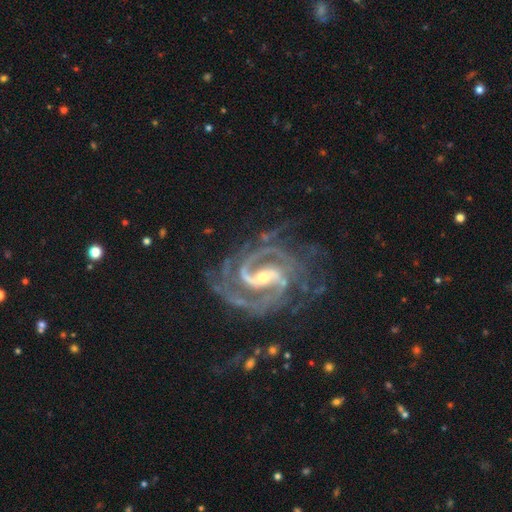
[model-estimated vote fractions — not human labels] The model was most divided on "bulge size": small: 50%, moderate: 41%, large: 4%, none: 4%, dominant: 1%. More confident: spiral arms — yes (98%); edge-on disk — no (97%); smooth or featured — featured or disk (91%); merging — none (73%); spiral arm count — 2 (60%); spiral winding — tight (54%); bar — strong (52%).